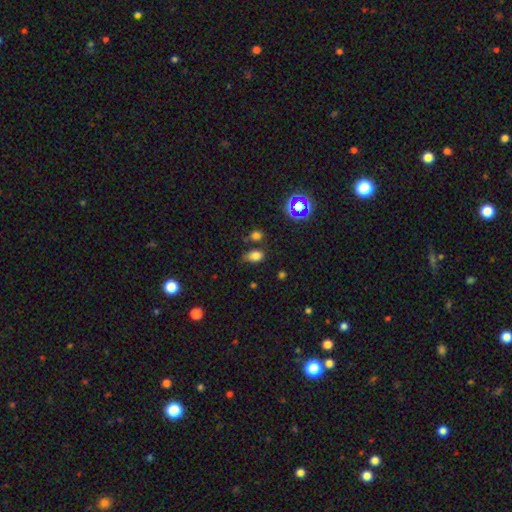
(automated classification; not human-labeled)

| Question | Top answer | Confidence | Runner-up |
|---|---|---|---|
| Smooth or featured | smooth | 77% | star or artifact (16%) |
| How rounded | in between | 82% | round (16%) |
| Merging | none | 62% | minor disturbance (22%) |